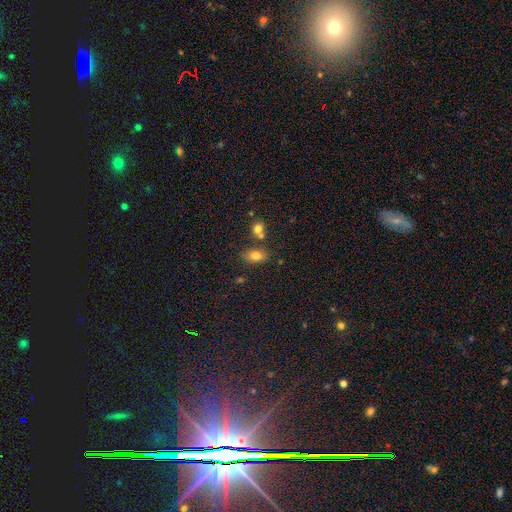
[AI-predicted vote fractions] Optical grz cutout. It shows a smooth galaxy with no disk features (78%) that is in between round and cigar-shaped (84%). Merging: none (70%).